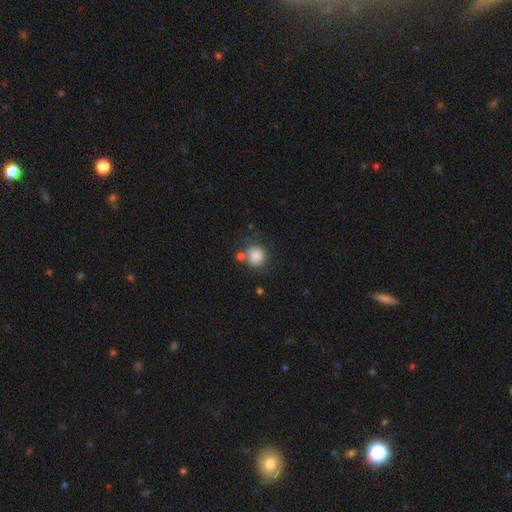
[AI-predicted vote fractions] Overall: smooth (85%). How rounded: round (89%). Merging: none (66%).